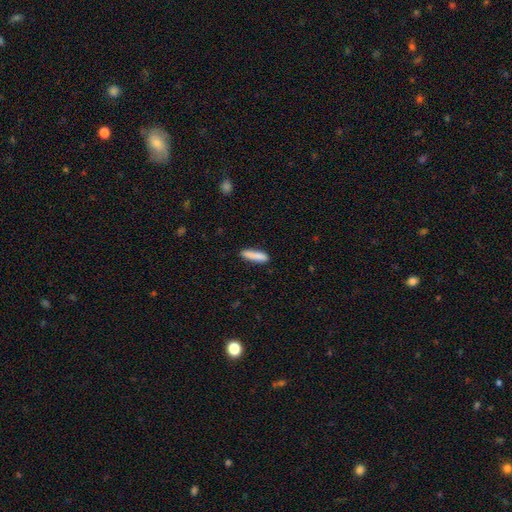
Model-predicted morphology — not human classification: Smooth or featured?
  - smooth: 86% *
  - featured or disk: 8%
  - star or artifact: 6%
How rounded?
  - cigar-shaped: 75% *
  - in between: 23%
  - round: 1%
Merging?
  - none: 83% *
  - minor disturbance: 13%
  - major disturbance: 3%
  - merger: 2%